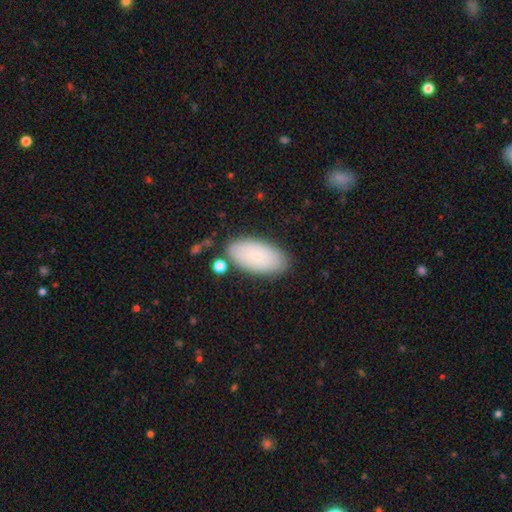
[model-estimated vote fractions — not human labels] smooth 82%, featured or disk 11%, star or artifact 7%. Down the decision tree: how rounded — in between (94%); merging — none (82%).